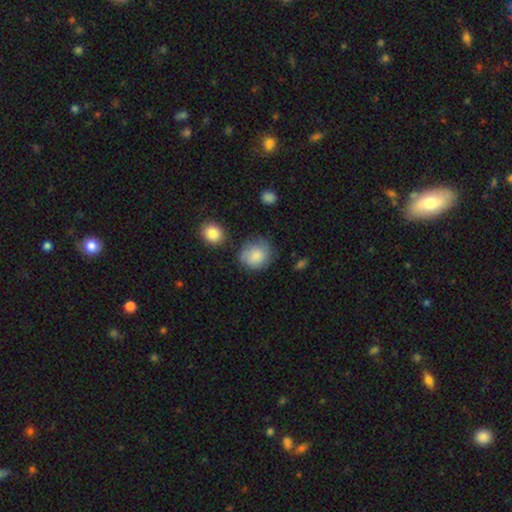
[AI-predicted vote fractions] Morphology: type=smooth (83%); roundness=round (75%); merging=none (66%).